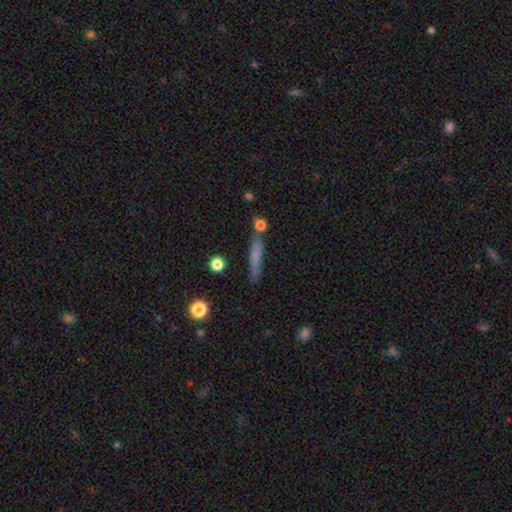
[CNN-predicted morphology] smooth-or-featured: smooth: 63% | featured or disk: 28% | star or artifact: 9%
  how-rounded: cigar-shaped: 91% | in between: 6% | round: 3%
  merging: none: 78% | minor disturbance: 12% | merger: 7% | major disturbance: 3%